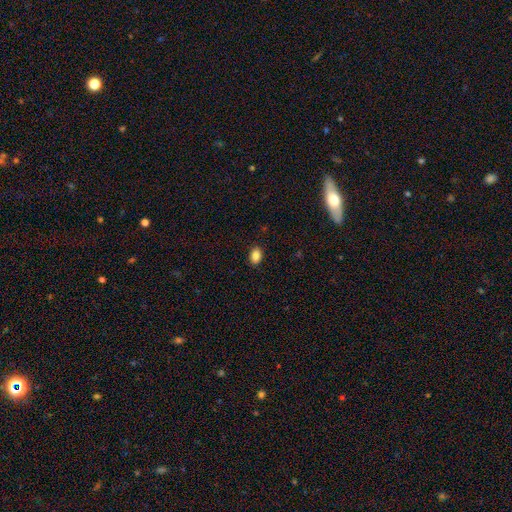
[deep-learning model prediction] This is clearly a smooth galaxy (86%). How rounded: clearly in between (81%). Merging: clearly none (88%).